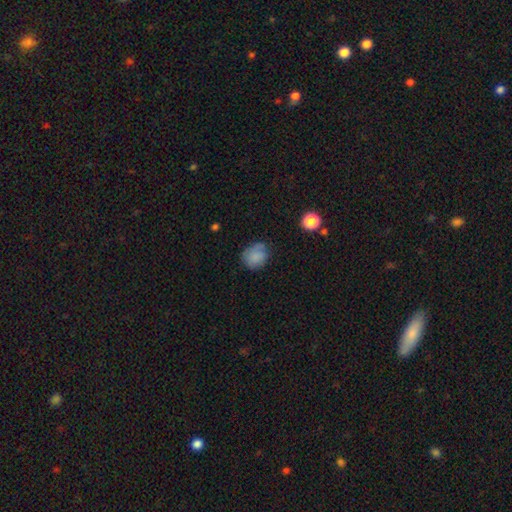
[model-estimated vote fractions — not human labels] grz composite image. It shows a smooth galaxy with no disk features (80%) that is round (62%). Merging: none (61%).